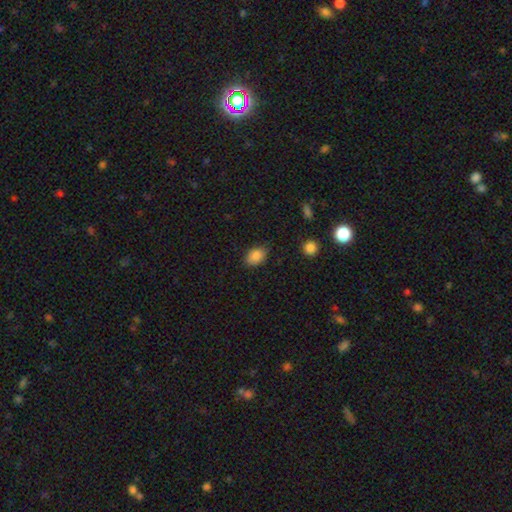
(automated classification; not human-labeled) Smooth or featured: smooth — 86% (star or artifact — 9%)
How rounded: in between — 81% (round — 18%)
Merging: none — 80% (minor disturbance — 16%)